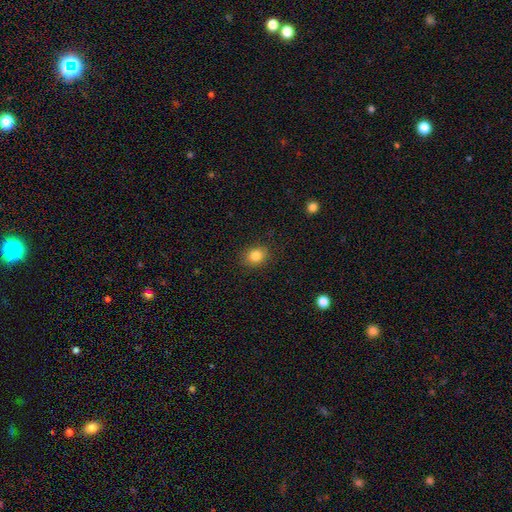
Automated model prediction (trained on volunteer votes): Smooth or featured: smooth — 84% (star or artifact — 11%)
How rounded: round — 51% (in between — 48%)
Merging: none — 88% (minor disturbance — 9%)